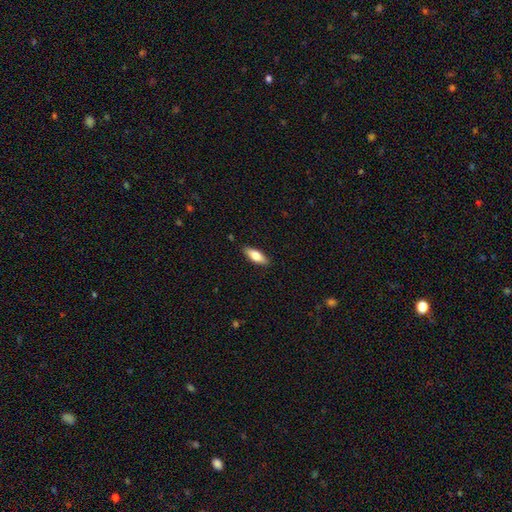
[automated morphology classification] A smooth galaxy with no disk features (70%) that is in between round and cigar-shaped (65%).

Vote fractions:
- Smooth or featured? smooth: 70% / featured or disk: 24% / star or artifact: 6%
- How rounded? in between: 65% / cigar-shaped: 32% / round: 2%
- Merging? none: 87% / minor disturbance: 10% / major disturbance: 2% / merger: 1%